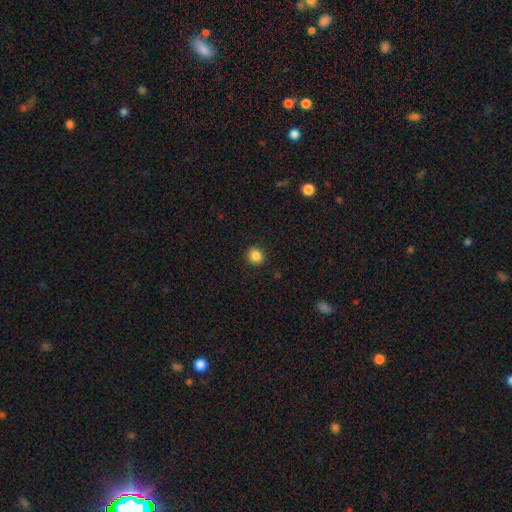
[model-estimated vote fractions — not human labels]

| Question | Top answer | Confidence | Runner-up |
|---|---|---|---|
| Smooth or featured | smooth | 85% | star or artifact (10%) |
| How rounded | round | 86% | in between (13%) |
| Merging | none | 91% | minor disturbance (6%) |